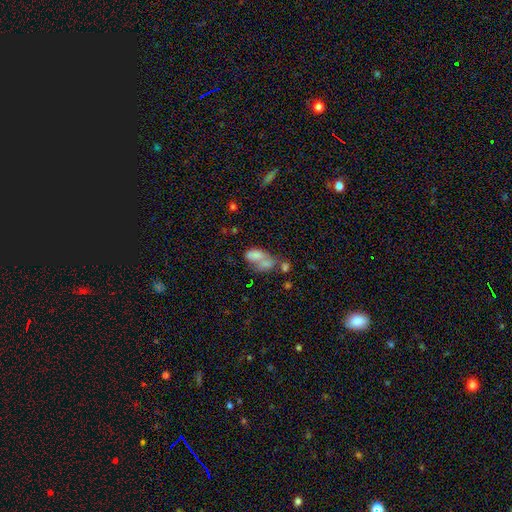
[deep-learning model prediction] A smooth galaxy with no disk features (67%) that is in between round and cigar-shaped (87%).

Vote fractions:
- Smooth or featured? smooth: 67% / featured or disk: 22% / star or artifact: 11%
- How rounded? in between: 87% / round: 10% / cigar-shaped: 3%
- Merging? merger: 59% / none: 16% / major disturbance: 13% / minor disturbance: 11%